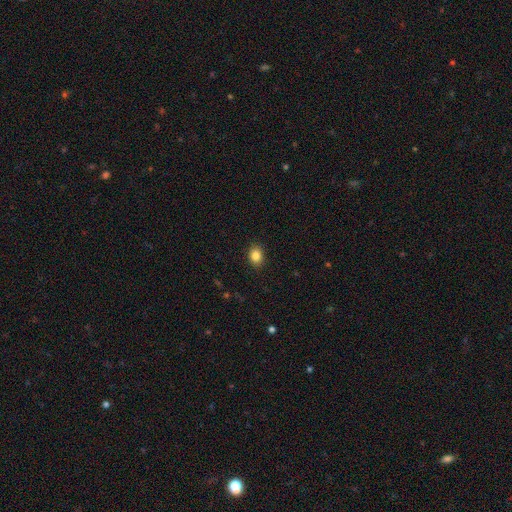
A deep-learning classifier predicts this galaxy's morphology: Smooth or featured: smooth — 85% (star or artifact — 10%)
How rounded: in between — 57% (round — 42%)
Merging: none — 89% (minor disturbance — 8%)